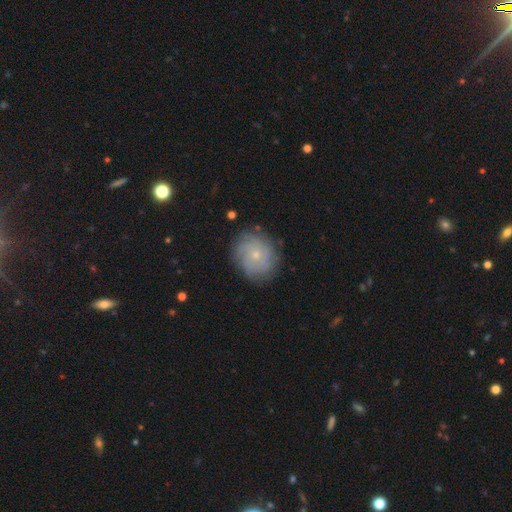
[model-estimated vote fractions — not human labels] Morphology: type=featured or disk (63%); edge-on=no (97%); bar=no (86%); spiral arms=yes (86%); winding=tight (67%); arm count=can't tell (46%); bulge=small (77%); merging=none (80%).